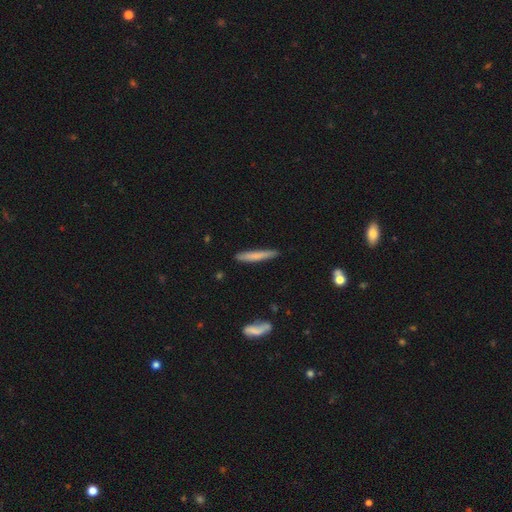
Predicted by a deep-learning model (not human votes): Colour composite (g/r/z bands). It shows a smooth galaxy with no disk features (71%) that is cigar-shaped (95%). Merging: none (85%).